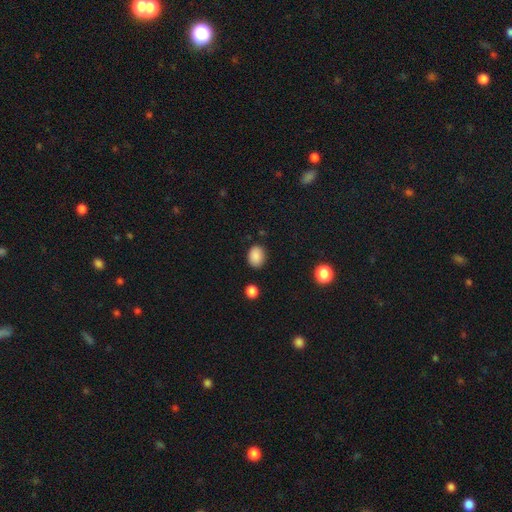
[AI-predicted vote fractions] smooth-or-featured: smooth: 88% | star or artifact: 9% | featured or disk: 3%
  how-rounded: in between: 69% | round: 30% | cigar-shaped: 1%
  merging: none: 83% | minor disturbance: 12% | major disturbance: 3% | merger: 2%